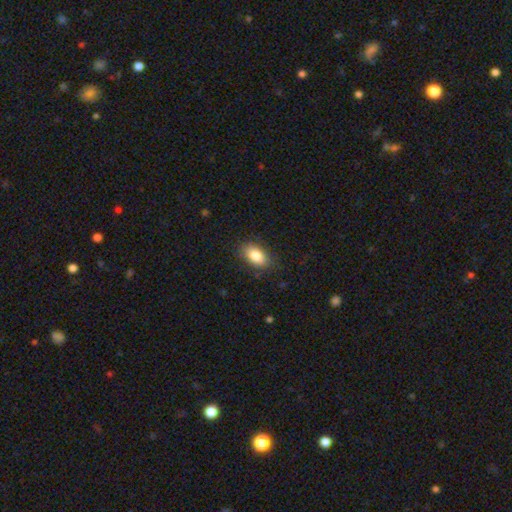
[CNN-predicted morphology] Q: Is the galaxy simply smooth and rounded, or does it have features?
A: smooth — 84%.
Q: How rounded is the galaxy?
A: in between — 91%.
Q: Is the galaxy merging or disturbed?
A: none — 84%.